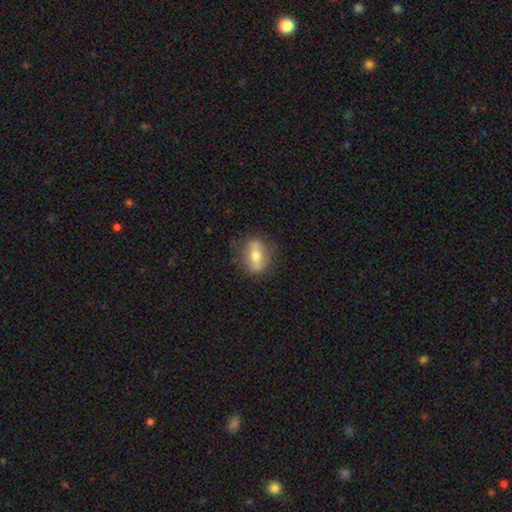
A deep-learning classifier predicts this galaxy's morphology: Smooth or featured: smooth — 47% (featured or disk — 45%)
Merging: none — 80% (minor disturbance — 14%)